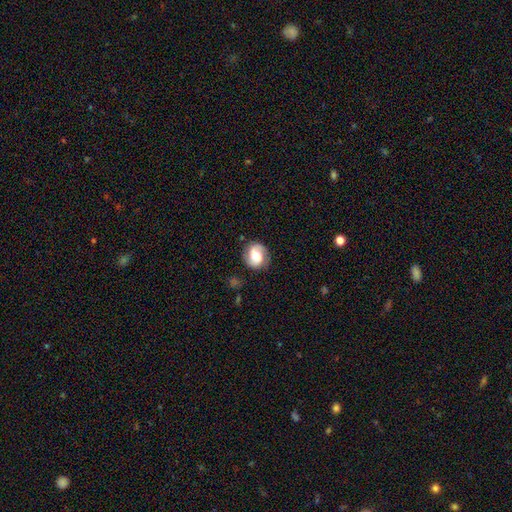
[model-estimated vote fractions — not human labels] This appears to be a featured or disk galaxy (50%). Merging: none (74%).